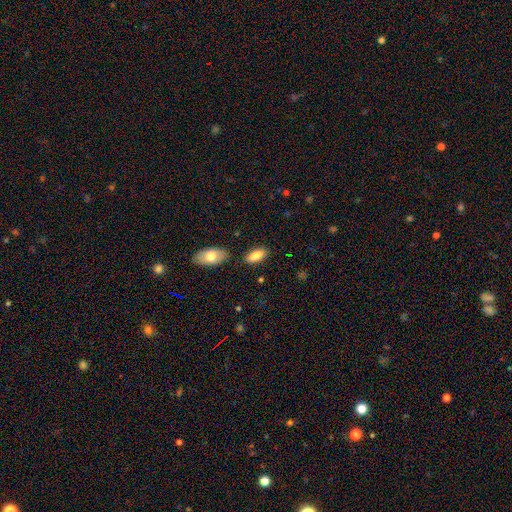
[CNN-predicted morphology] Overall: smooth (85%). How rounded: in between (89%). Merging: none (82%).